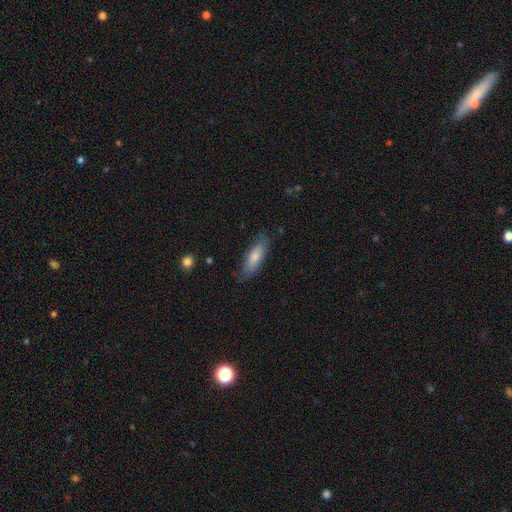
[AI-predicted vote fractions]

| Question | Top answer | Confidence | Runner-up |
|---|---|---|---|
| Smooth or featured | smooth | 71% | featured or disk (23%) |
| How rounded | cigar-shaped | 52% | in between (46%) |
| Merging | none | 78% | minor disturbance (17%) |